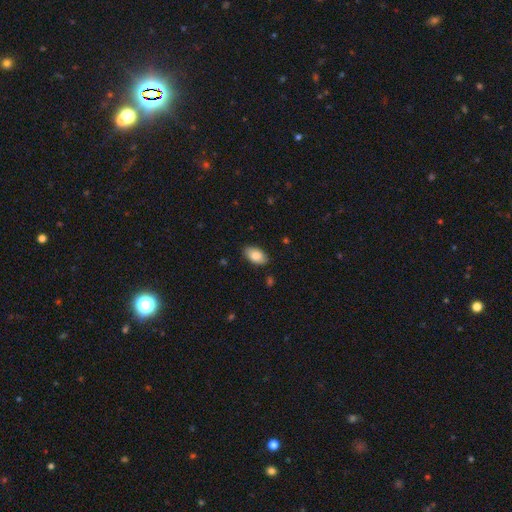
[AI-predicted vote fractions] A smooth galaxy with no disk features (85%) that is in between round and cigar-shaped (94%). Merging: none (84%).